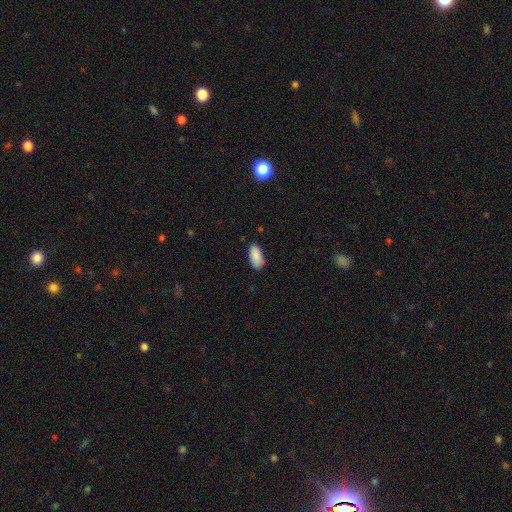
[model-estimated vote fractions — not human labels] Smooth or featured? smooth (89%)
How rounded? in between (92%)
Merging? none (81%)